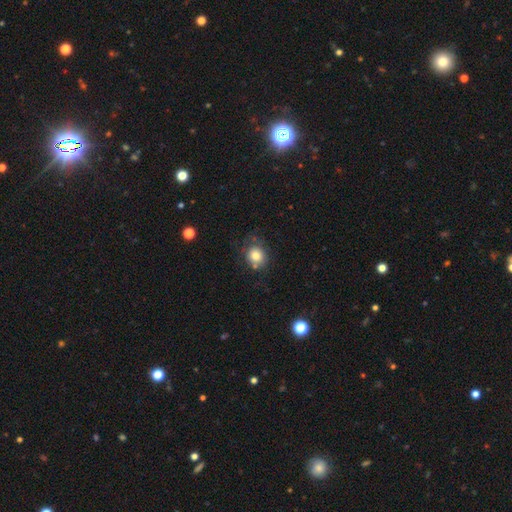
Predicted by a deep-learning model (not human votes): smooth_or_featured: smooth (p=0.80) [alt: star or artifact p=0.11]
how_rounded: round (p=0.77) [alt: in between p=0.22]
merging: none (p=0.67) [alt: minor disturbance p=0.19]